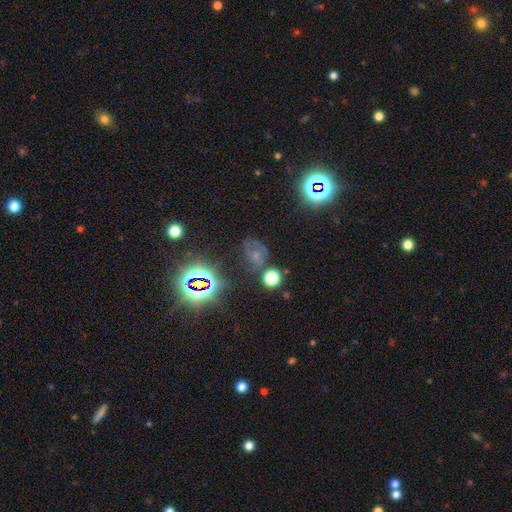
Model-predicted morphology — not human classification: A star or artifact, not a galaxy (44%).